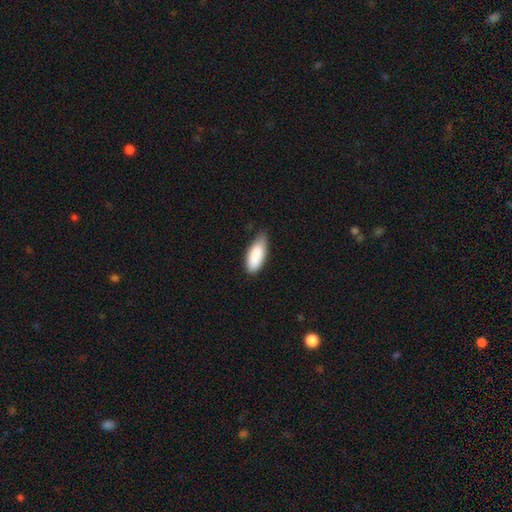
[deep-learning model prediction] Morphology: type=smooth (88%); roundness=in between (83%); merging=none (59%).